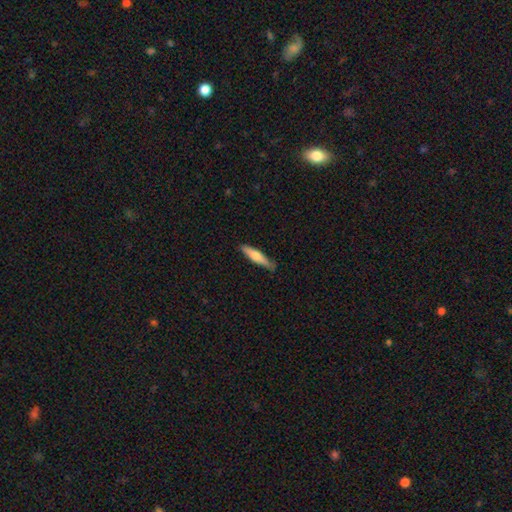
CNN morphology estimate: Smooth or featured: smooth — 66% (featured or disk — 28%)
How rounded: cigar-shaped — 82% (in between — 16%)
Merging: none — 81% (minor disturbance — 15%)